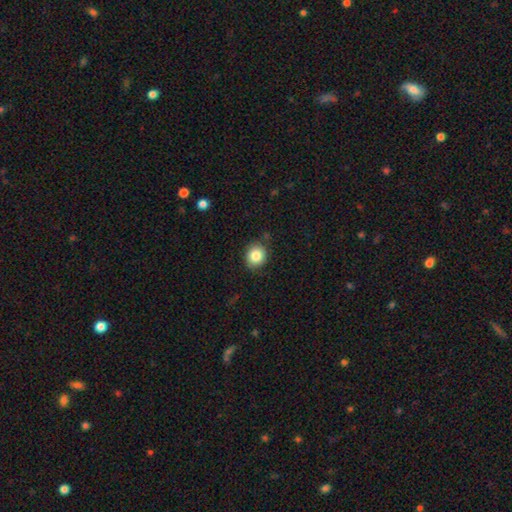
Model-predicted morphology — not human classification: smooth_or_featured: smooth (p=0.85) [alt: star or artifact p=0.09]
how_rounded: round (p=0.80) [alt: in between p=0.19]
merging: none (p=0.86) [alt: minor disturbance p=0.10]